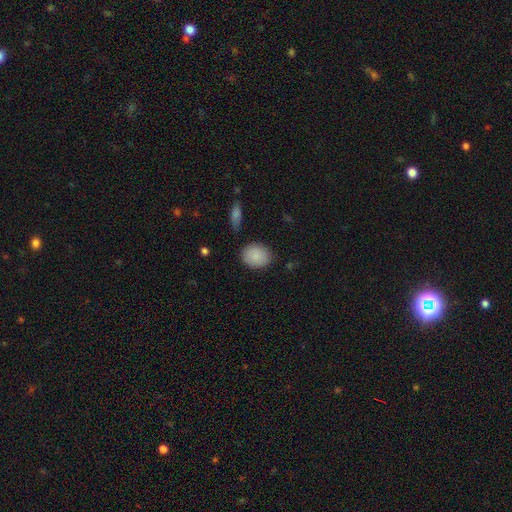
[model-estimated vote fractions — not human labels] Smooth or featured: smooth — 88% (star or artifact — 7%)
How rounded: round — 57% (in between — 42%)
Merging: none — 82% (minor disturbance — 12%)